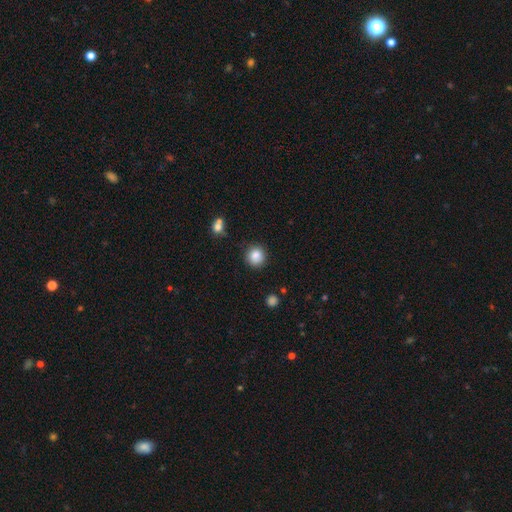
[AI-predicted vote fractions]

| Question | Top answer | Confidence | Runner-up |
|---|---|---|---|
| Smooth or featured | smooth | 86% | star or artifact (10%) |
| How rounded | round | 90% | in between (9%) |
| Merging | none | 86% | minor disturbance (10%) |